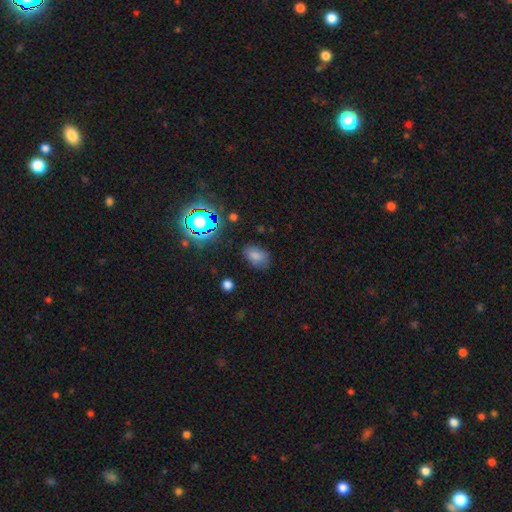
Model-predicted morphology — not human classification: This appears to be a smooth galaxy with no disk features (74%) that is in between round and cigar-shaped (86%). Merging: none (75%).